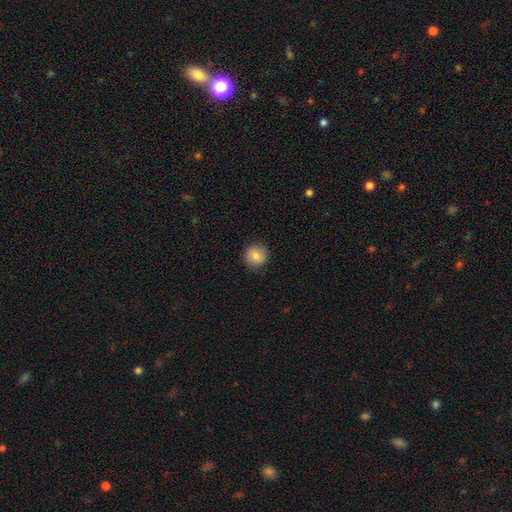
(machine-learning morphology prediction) type=smooth (83%); roundness=round (91%); merging=none (89%).